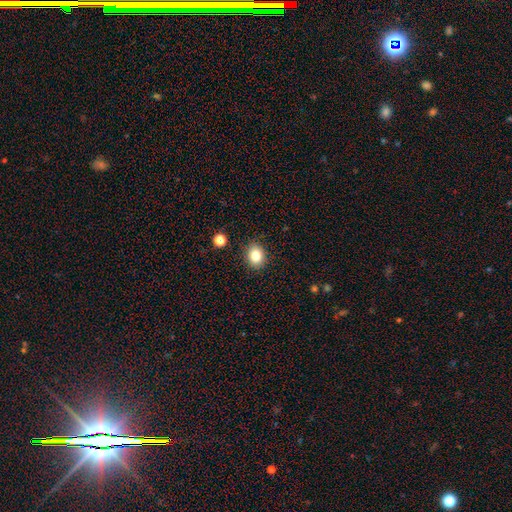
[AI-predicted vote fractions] smooth 83%, star or artifact 10%, featured or disk 7%. Down the decision tree: how rounded — in between (51%); merging — none (88%).